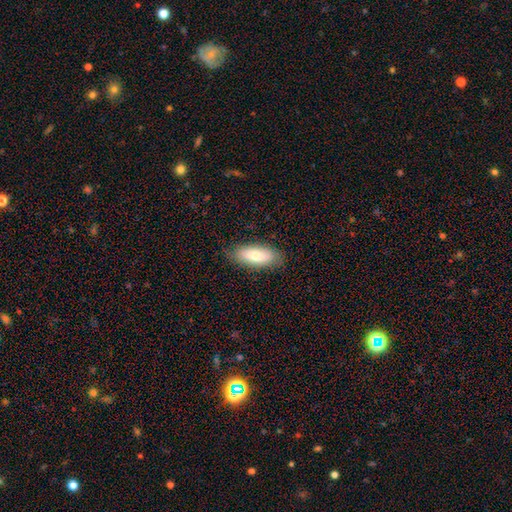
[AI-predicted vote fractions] Overall: smooth (75%). How rounded: in between (76%). Merging: none (82%).